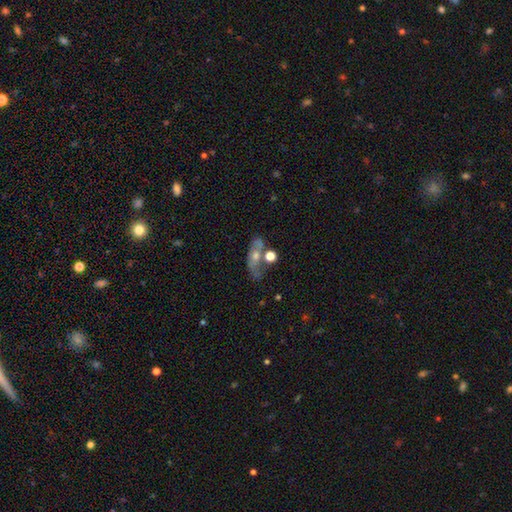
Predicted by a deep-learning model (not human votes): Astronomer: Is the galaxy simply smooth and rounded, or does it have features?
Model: featured or disk — 52% (runner-up: smooth, 33%).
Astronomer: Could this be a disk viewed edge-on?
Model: no — 80%.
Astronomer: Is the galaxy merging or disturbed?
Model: none — 47%.